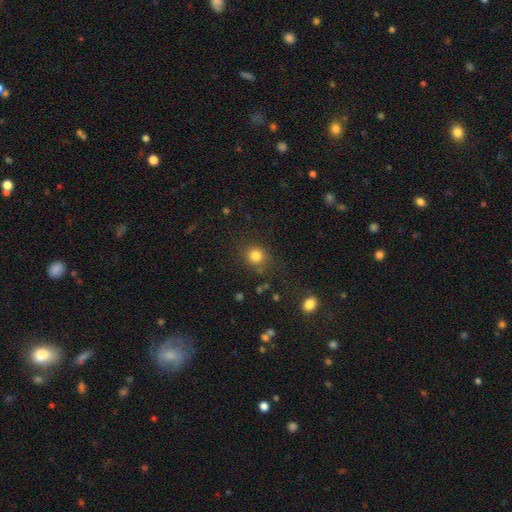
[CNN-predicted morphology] smooth-or-featured: smooth: 82% | star or artifact: 13% | featured or disk: 6%
  how-rounded: round: 85% | in between: 14% | cigar-shaped: 1%
  merging: none: 81% | minor disturbance: 11% | major disturbance: 5% | merger: 3%